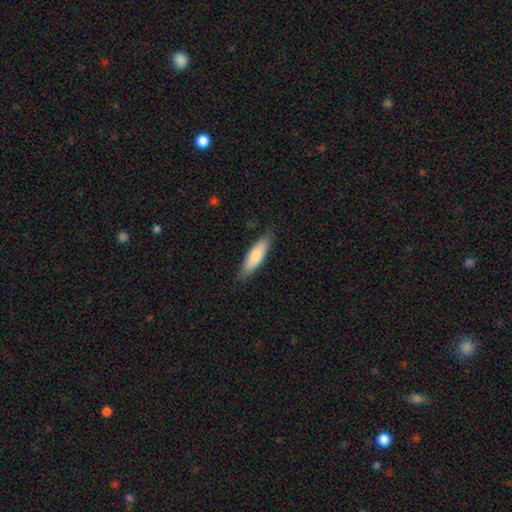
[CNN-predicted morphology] Smooth or featured? smooth (78%)
How rounded? cigar-shaped (59%)
Merging? none (82%)